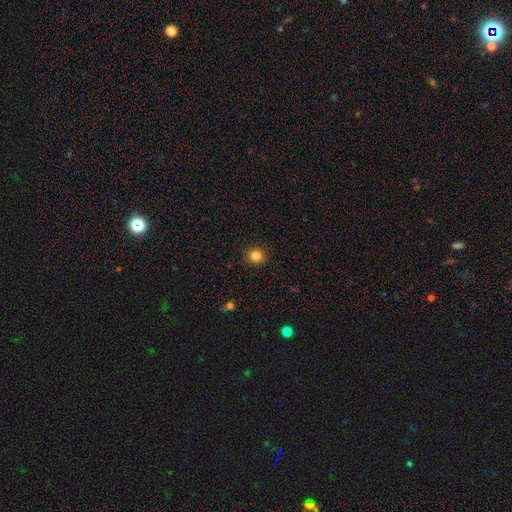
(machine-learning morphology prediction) smooth_or_featured: smooth (p=0.83) [alt: star or artifact p=0.12]
how_rounded: round (p=0.93) [alt: in between p=0.07]
merging: none (p=0.92) [alt: minor disturbance p=0.05]